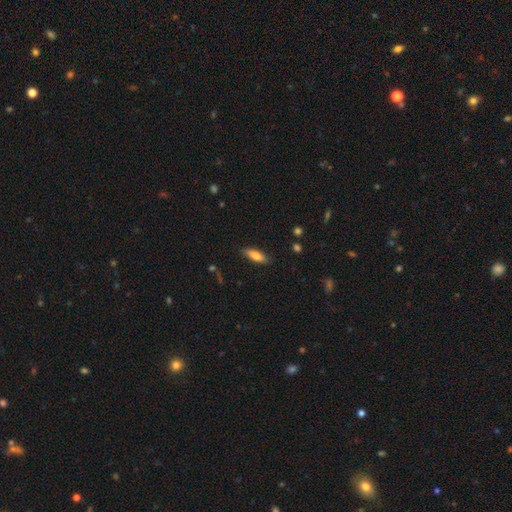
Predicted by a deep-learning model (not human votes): smooth 79%, featured or disk 14%, star or artifact 7%. Down the decision tree: how rounded — in between (58%); merging — none (84%).